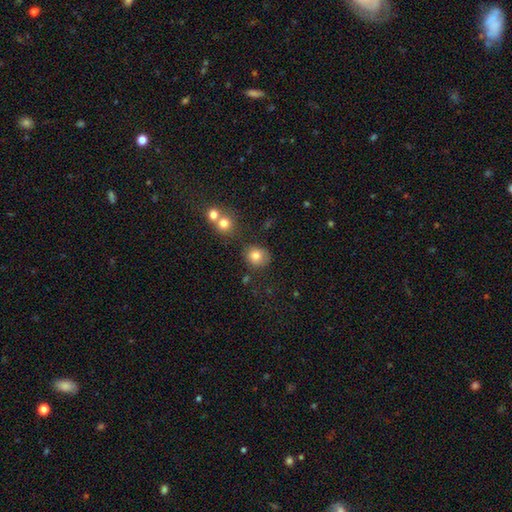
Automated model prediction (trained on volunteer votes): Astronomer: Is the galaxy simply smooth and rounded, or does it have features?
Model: smooth — 82%.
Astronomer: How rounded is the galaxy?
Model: round — 73%.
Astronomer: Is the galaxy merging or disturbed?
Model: none — 71%.